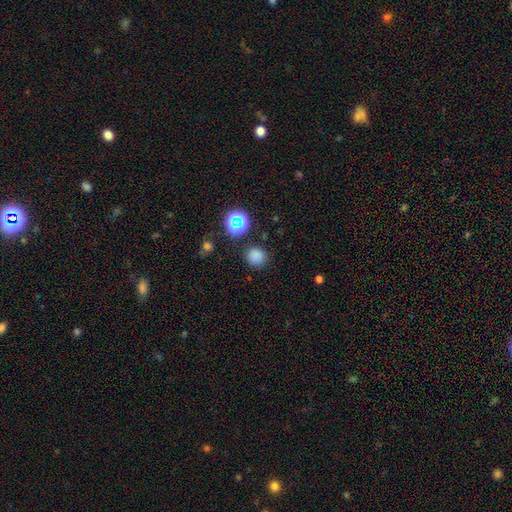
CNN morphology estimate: A smooth galaxy with no disk features (77%) that is round (86%).

Vote fractions:
- Smooth or featured? smooth: 77% / star or artifact: 18% / featured or disk: 4%
- How rounded? round: 86% / in between: 13% / cigar-shaped: 1%
- Merging? none: 84% / minor disturbance: 10% / major disturbance: 3% / merger: 3%